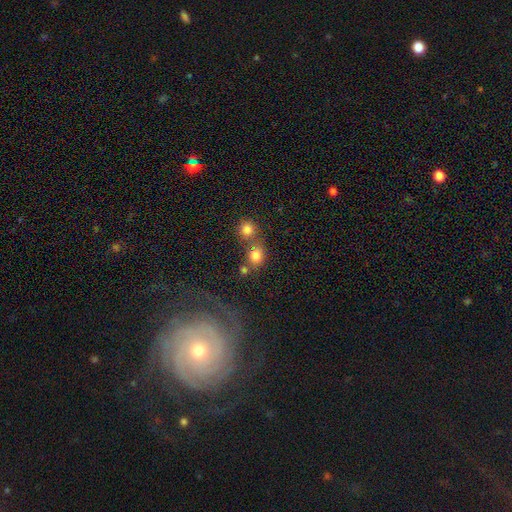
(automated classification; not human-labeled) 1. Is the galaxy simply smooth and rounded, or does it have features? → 78% smooth, 13% star or artifact, 9% featured or disk.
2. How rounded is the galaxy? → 74% round, 25% in between, 1% cigar-shaped.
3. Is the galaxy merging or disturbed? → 48% none, 38% merger, 9% minor disturbance, 5% major disturbance.